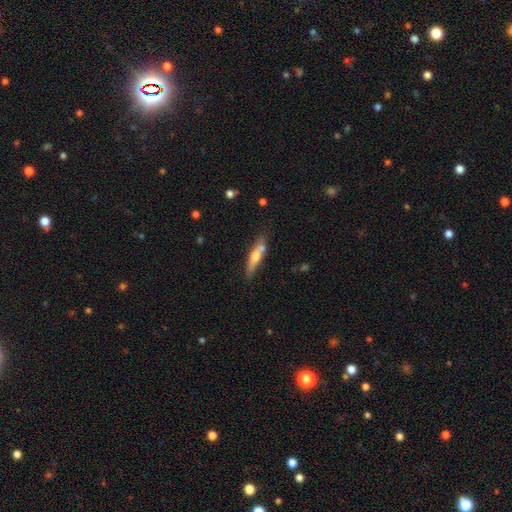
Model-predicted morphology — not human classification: A smooth galaxy with no disk features (49%).

Vote fractions:
- Smooth or featured? smooth: 49% / featured or disk: 45% / star or artifact: 6%
- Merging? none: 66% / minor disturbance: 16% / merger: 14% / major disturbance: 4%